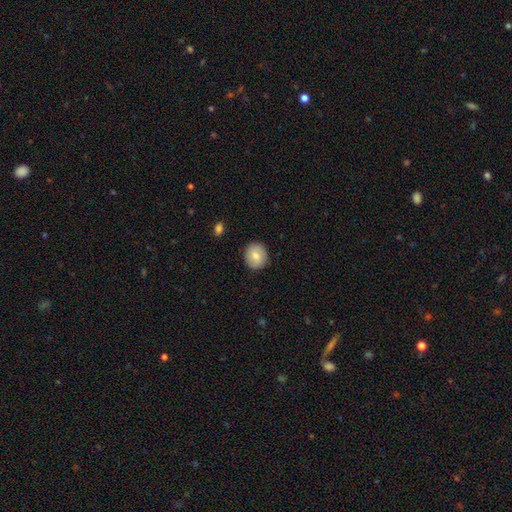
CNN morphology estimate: This is likely a smooth galaxy (77%). How rounded: likely round (78%). Merging: clearly none (88%).